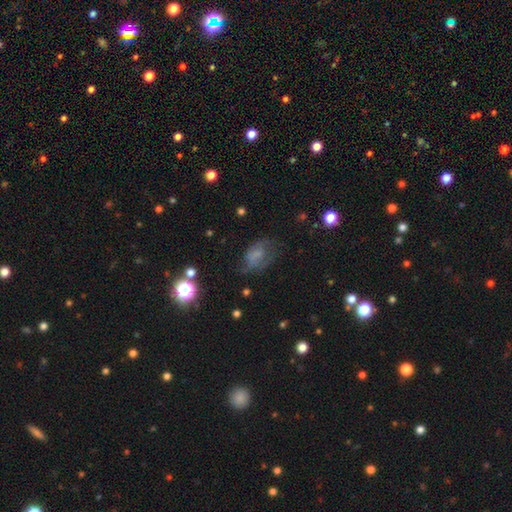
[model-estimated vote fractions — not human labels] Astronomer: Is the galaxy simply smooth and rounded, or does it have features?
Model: smooth — 51% (runner-up: featured or disk, 33%).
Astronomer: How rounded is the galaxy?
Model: in between — 79%.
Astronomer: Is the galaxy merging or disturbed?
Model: none — 41% (runner-up: major disturbance, 29%).